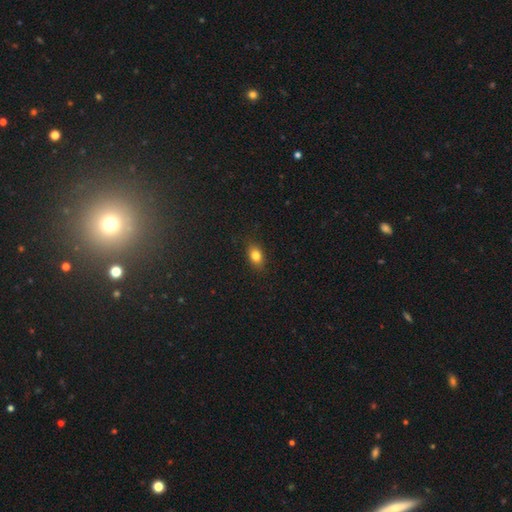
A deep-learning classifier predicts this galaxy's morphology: A smooth galaxy with no disk features (82%) that is in between round and cigar-shaped (76%). Merging: none (85%).